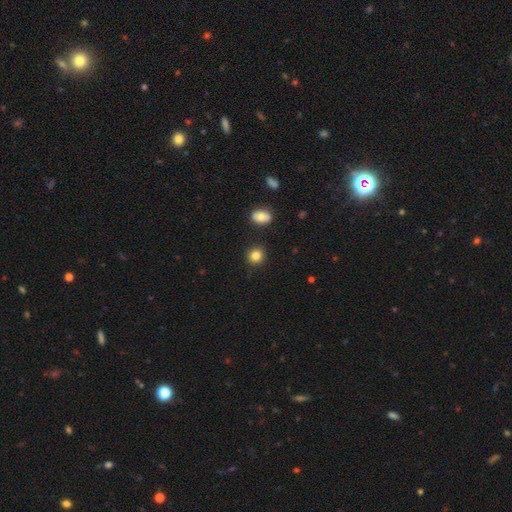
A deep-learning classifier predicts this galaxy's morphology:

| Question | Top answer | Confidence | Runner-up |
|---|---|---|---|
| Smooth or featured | smooth | 84% | star or artifact (11%) |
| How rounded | round | 89% | in between (10%) |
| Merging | none | 89% | minor disturbance (7%) |